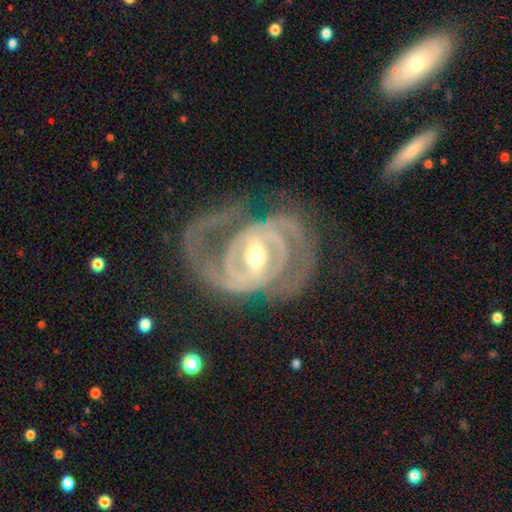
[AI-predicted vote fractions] Morphology: type=featured or disk (91%); edge-on=no (97%); bar=strong (55%); spiral arms=yes (95%); winding=tight (52%); arm count=2 (68%); bulge=moderate (62%); merging=none (61%).